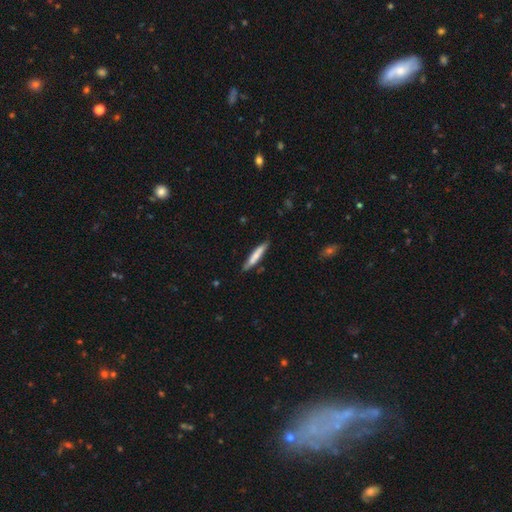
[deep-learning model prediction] Smooth or featured? Predicted: smooth (p=0.66). How rounded? Predicted: cigar-shaped (p=0.91). Merging? Predicted: none (p=0.82).